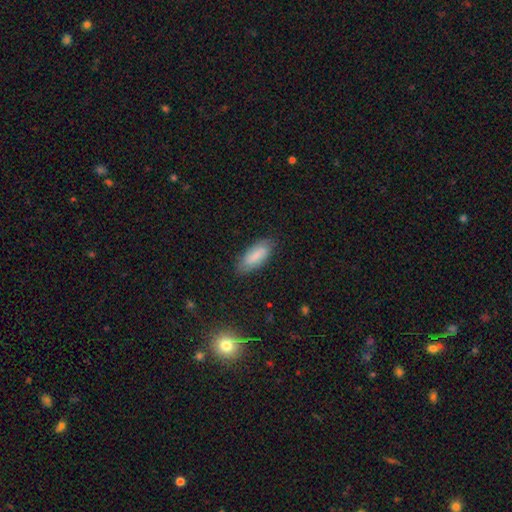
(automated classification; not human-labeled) This appears to be a smooth galaxy with no disk features (78%) that is in between round and cigar-shaped (78%). Merging: none (81%).